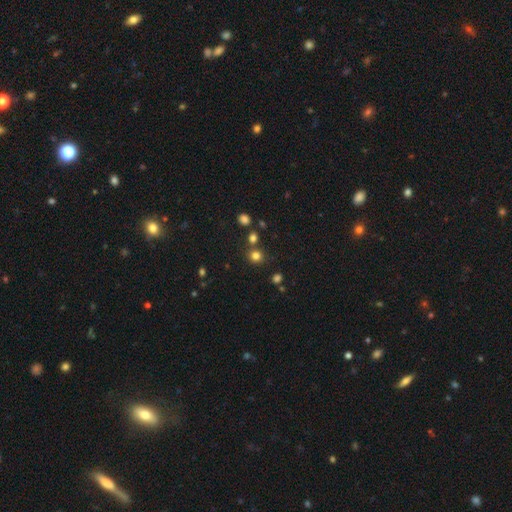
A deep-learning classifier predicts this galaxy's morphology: Q: Smooth or featured?
A: smooth (78%); runner-up: star or artifact (17%)
Q: How rounded?
A: round (87%); runner-up: in between (12%)
Q: Merging?
A: none (79%); runner-up: merger (10%)